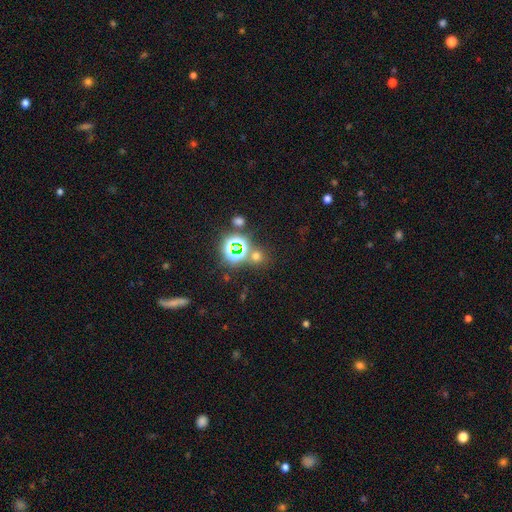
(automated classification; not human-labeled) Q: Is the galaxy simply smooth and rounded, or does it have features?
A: smooth — 46%, tied with star or artifact.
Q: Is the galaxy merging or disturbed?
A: none — 71%.